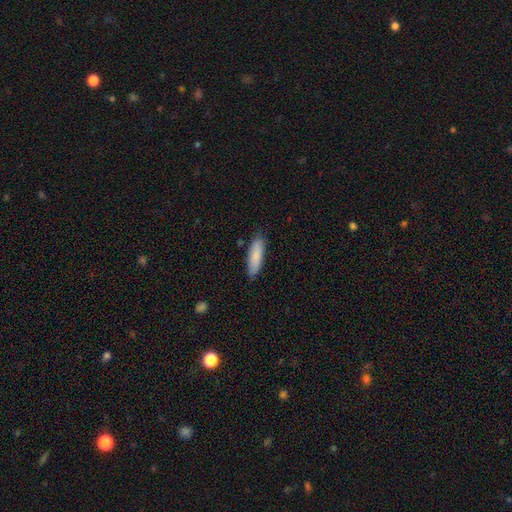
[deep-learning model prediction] smooth-or-featured: smooth: 84% | featured or disk: 11% | star or artifact: 6%
  how-rounded: cigar-shaped: 57% | in between: 42% | round: 1%
  merging: none: 83% | minor disturbance: 13% | major disturbance: 2% | merger: 1%